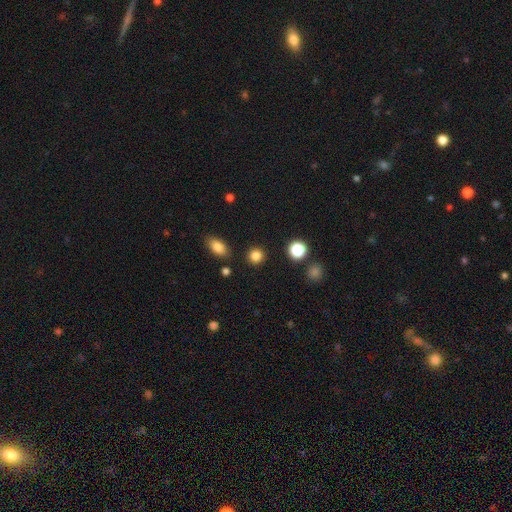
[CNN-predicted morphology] type=smooth (84%); roundness=round (90%); merging=none (89%).